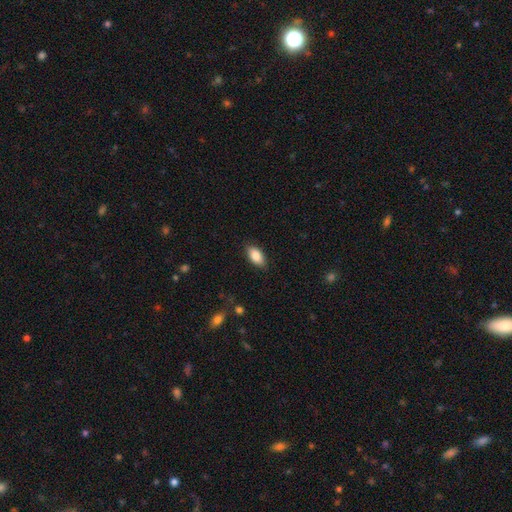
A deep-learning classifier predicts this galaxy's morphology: type=smooth (87%); roundness=in between (92%); merging=none (86%).